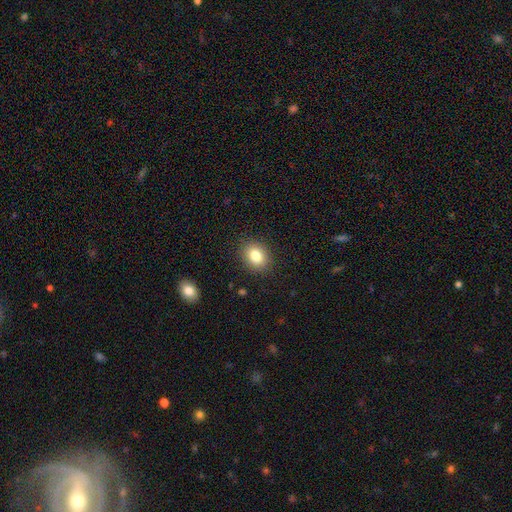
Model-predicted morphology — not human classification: This appears to be a smooth galaxy with no disk features (83%) that is in between round and cigar-shaped (54%). Merging: none (88%).